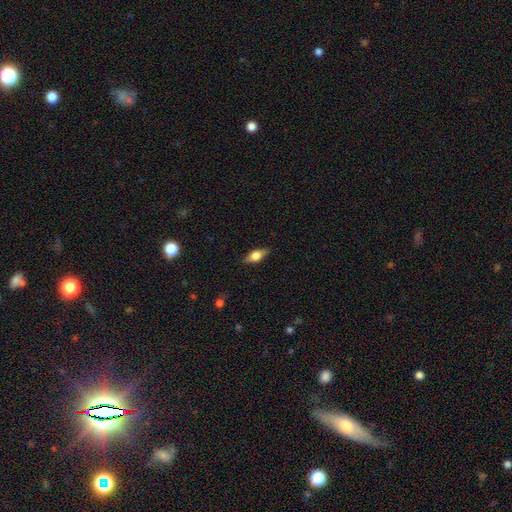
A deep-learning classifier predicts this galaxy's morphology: Smooth or featured?
  - smooth: 60% *
  - featured or disk: 33%
  - star or artifact: 8%
How rounded?
  - in between: 77% *
  - cigar-shaped: 18%
  - round: 6%
Merging?
  - none: 85% *
  - minor disturbance: 11%
  - major disturbance: 2%
  - merger: 1%